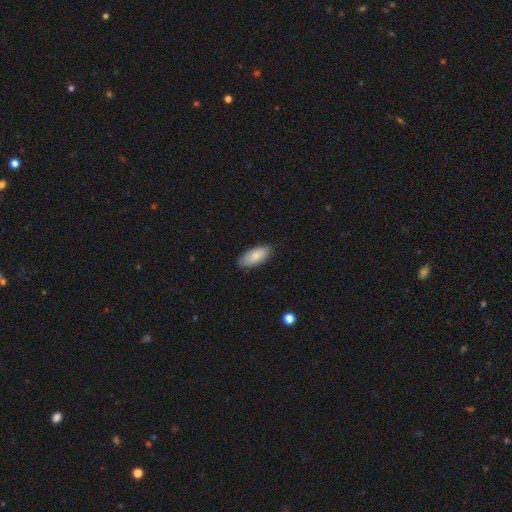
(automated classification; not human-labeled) Morphology: type=smooth (85%); roundness=in between (88%); merging=none (86%).